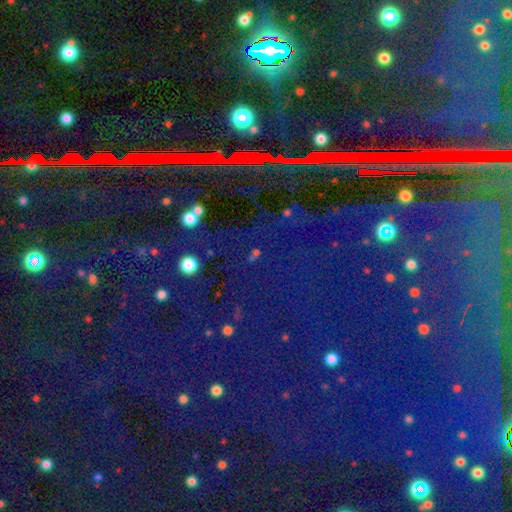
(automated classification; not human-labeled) Smooth or featured? star or artifact (82%)